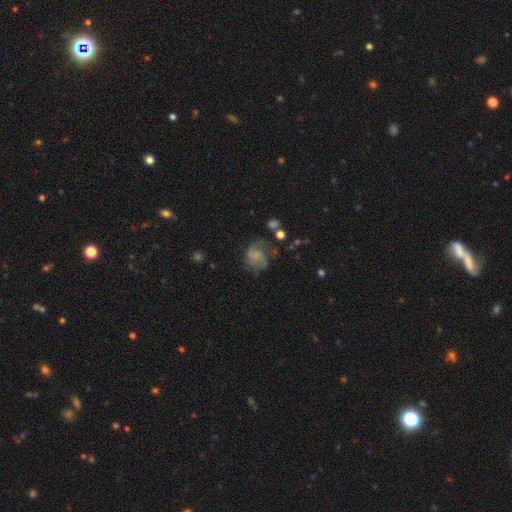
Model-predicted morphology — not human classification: smooth_or_featured: featured or disk (p=0.60) [alt: smooth p=0.30]
disk_edge_on: no (p=0.98) [alt: yes p=0.02]
bar: no (p=0.69) [alt: weak p=0.27]
has_spiral_arms: yes (p=0.86) [alt: no p=0.14]
bulge_size: none (p=0.41) [alt: small p=0.38]
merging: none (p=0.50) [alt: minor disturbance p=0.23]